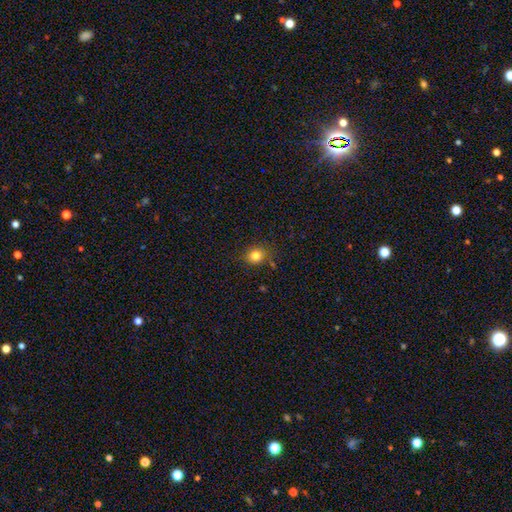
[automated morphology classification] A smooth galaxy with no disk features (81%) that is round (80%). Merging: none (81%).